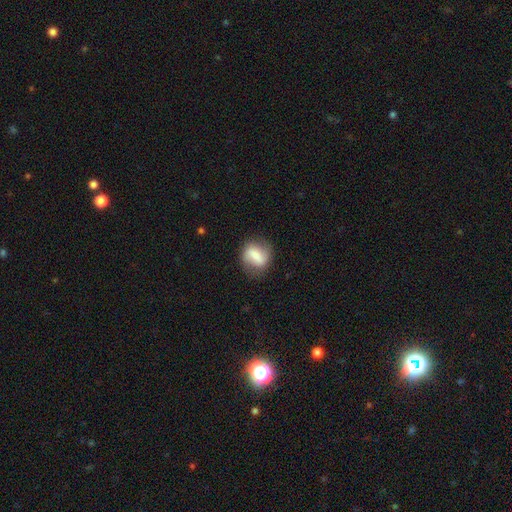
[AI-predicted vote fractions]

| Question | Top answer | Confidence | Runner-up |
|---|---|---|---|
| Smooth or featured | smooth | 55% | featured or disk (37%) |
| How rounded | round | 54% | in between (43%) |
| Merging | none | 73% | minor disturbance (19%) |